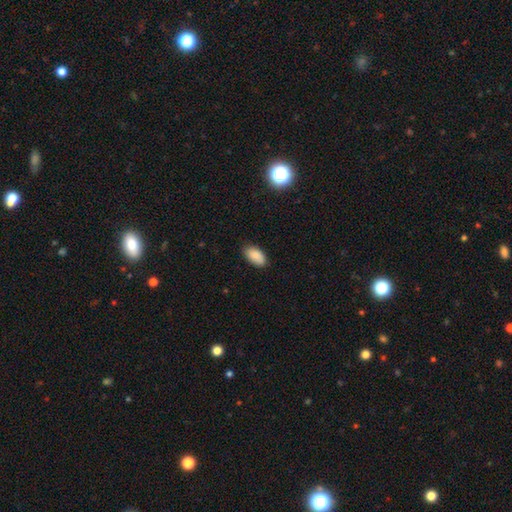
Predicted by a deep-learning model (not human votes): Morphology: type=smooth (89%); roundness=in between (94%); merging=none (84%).